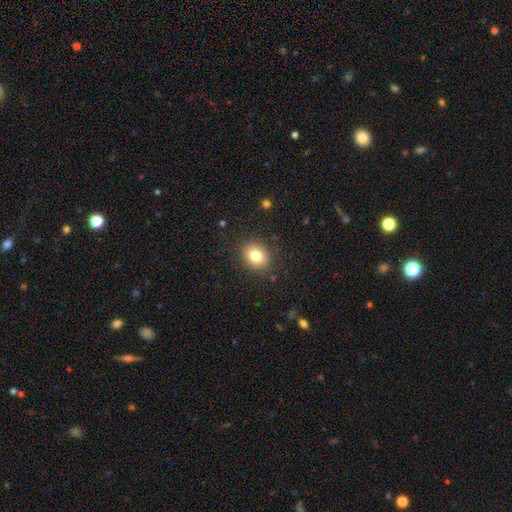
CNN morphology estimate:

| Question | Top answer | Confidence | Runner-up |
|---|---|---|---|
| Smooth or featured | smooth | 80% | star or artifact (11%) |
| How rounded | round | 64% | in between (35%) |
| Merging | none | 88% | minor disturbance (8%) |